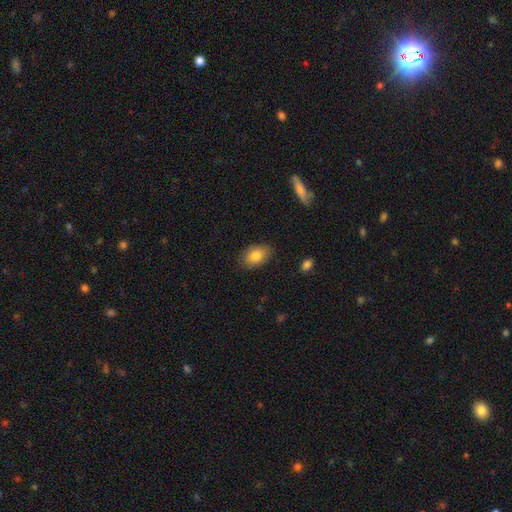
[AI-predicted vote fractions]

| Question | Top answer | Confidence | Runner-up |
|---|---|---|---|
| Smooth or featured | smooth | 82% | featured or disk (11%) |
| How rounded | in between | 87% | round (11%) |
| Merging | none | 83% | minor disturbance (13%) |